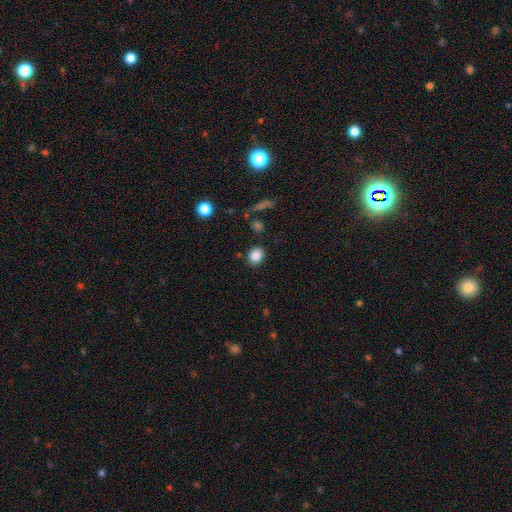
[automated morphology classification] This appears to be a smooth galaxy with no disk features (86%) that is round (60%). Merging: none (85%).